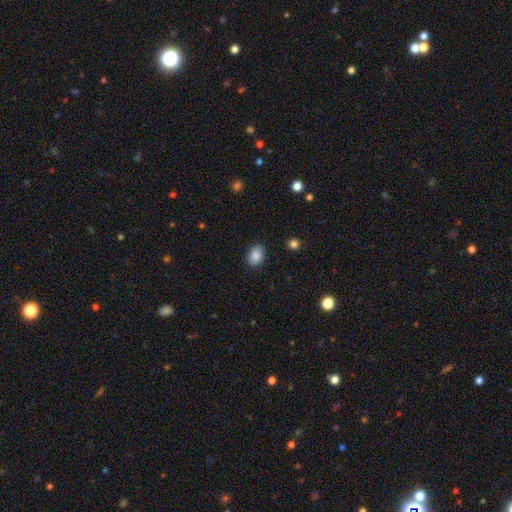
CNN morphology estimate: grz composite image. It shows a smooth galaxy with no disk features (87%) that is in between round and cigar-shaped (74%). Merging: none (86%).